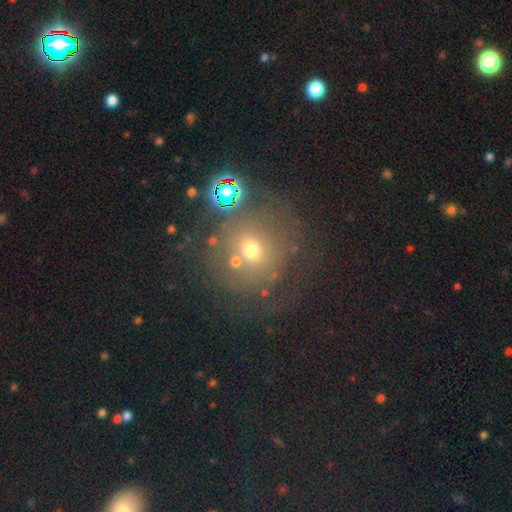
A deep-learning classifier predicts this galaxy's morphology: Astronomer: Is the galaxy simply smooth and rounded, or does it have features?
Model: star or artifact — 46% (runner-up: smooth, 42%).